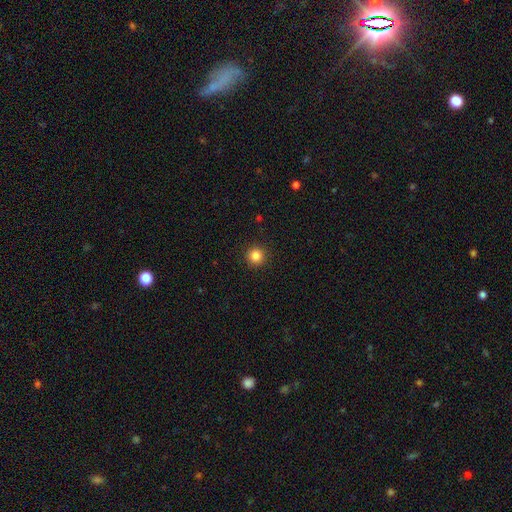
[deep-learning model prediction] Morphology: type=smooth (85%); roundness=round (95%); merging=none (93%).